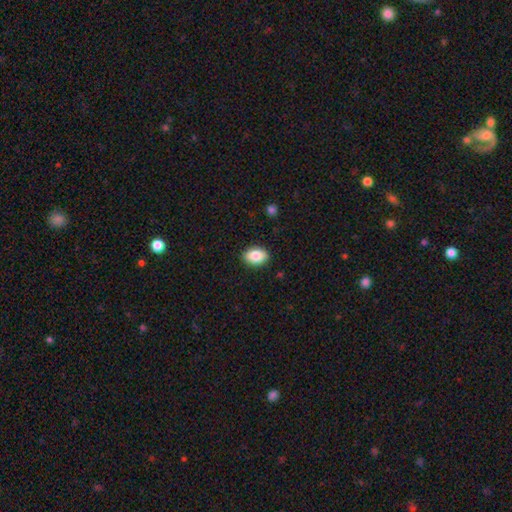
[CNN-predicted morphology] This is clearly a smooth galaxy (86%). How rounded: clearly in between (85%). Merging: clearly none (89%).